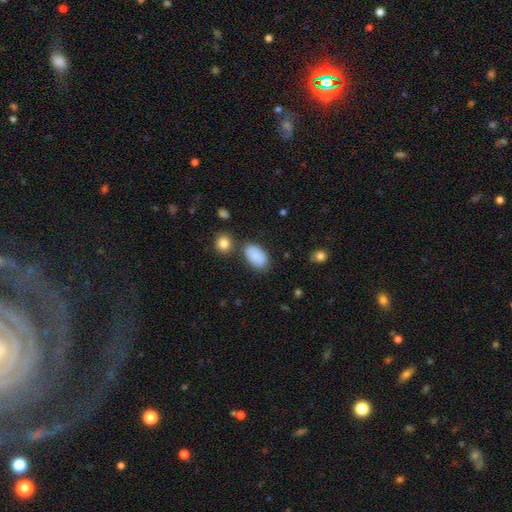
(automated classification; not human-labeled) Morphology: type=smooth (88%); roundness=in between (93%); merging=none (72%).